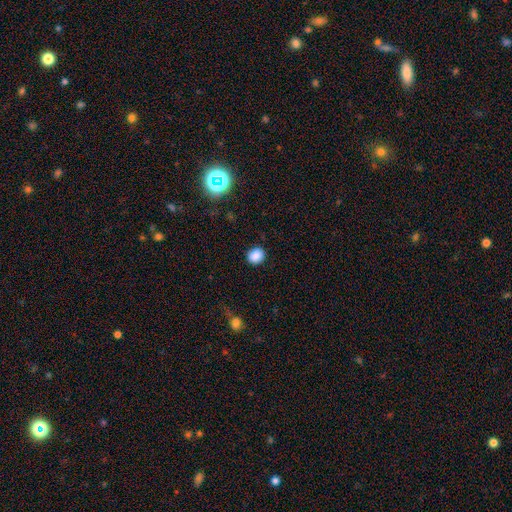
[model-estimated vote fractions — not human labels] Smooth or featured: smooth — 86% (star or artifact — 10%)
How rounded: round — 75% (in between — 25%)
Merging: none — 88% (minor disturbance — 9%)